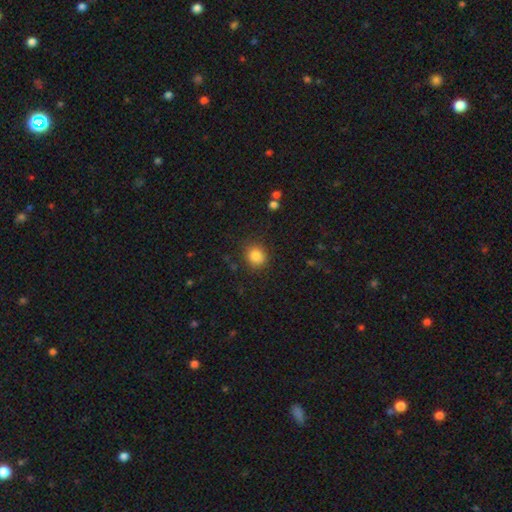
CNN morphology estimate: Smooth or featured? Predicted: smooth (p=0.85). How rounded? Predicted: round (p=0.75). Merging? Predicted: none (p=0.85).